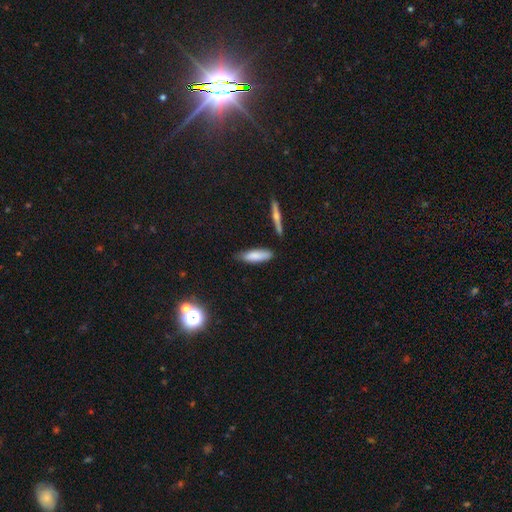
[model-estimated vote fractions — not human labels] The model was most divided on "how rounded": cigar-shaped: 58%, in between: 40%, round: 2%. More confident: smooth or featured — smooth (80%); merging — none (74%).